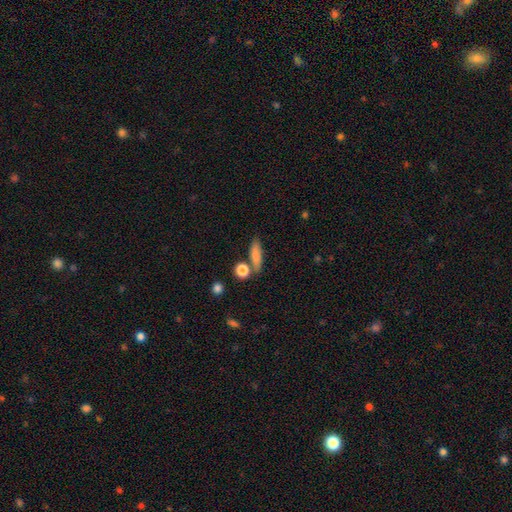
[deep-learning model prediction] A smooth galaxy with no disk features (80%) that is cigar-shaped (57%). Merging: none (72%).